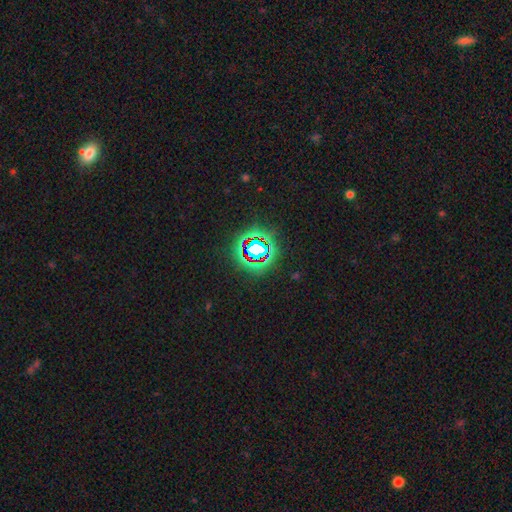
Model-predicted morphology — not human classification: This is likely a star or artifact rather than a galaxy (76%).